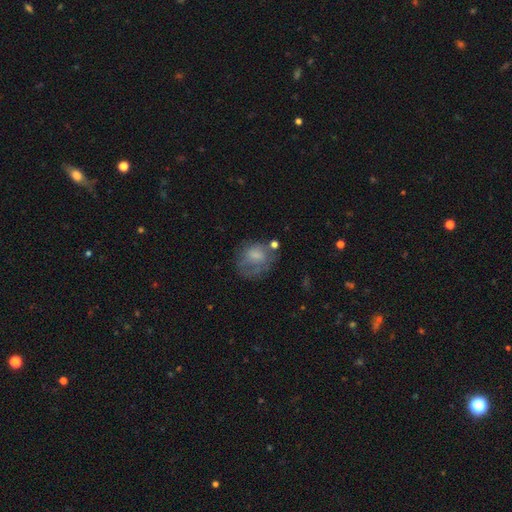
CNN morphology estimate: smooth-or-featured: smooth: 62% | featured or disk: 28% | star or artifact: 10%
  how-rounded: round: 56% | in between: 43% | cigar-shaped: 1%
  merging: none: 41% | major disturbance: 27% | minor disturbance: 25% | merger: 7%